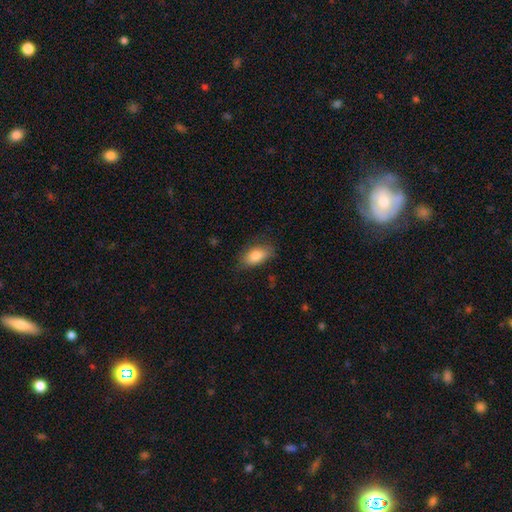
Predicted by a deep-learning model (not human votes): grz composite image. It shows a smooth galaxy with no disk features (82%) that is in between round and cigar-shaped (90%). Merging: none (76%).